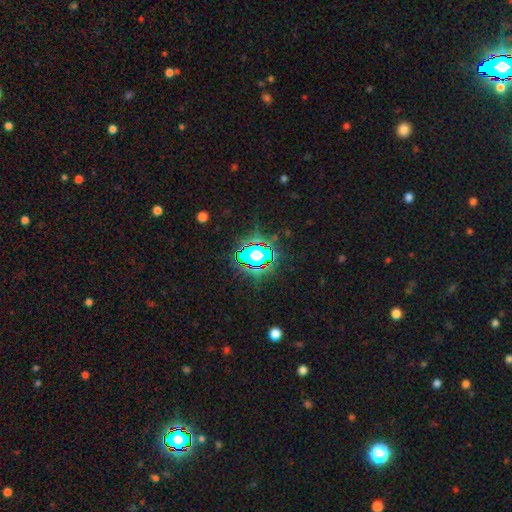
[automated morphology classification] Smooth or featured? Predicted: star or artifact (p=0.60).